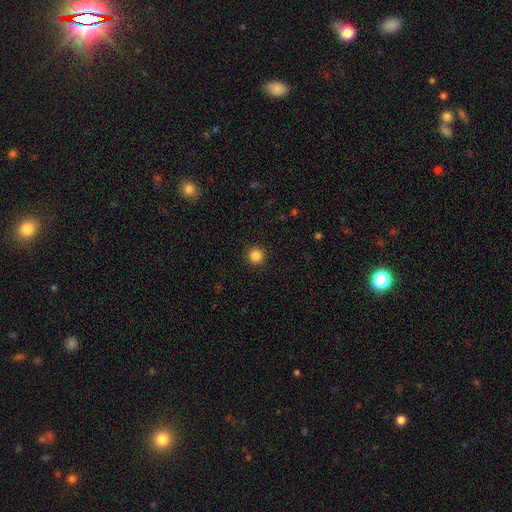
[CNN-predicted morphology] Smooth or featured?
  - smooth: 86% *
  - star or artifact: 11%
  - featured or disk: 3%
How rounded?
  - round: 96% *
  - in between: 3%
  - cigar-shaped: 1%
Merging?
  - none: 93% *
  - minor disturbance: 4%
  - major disturbance: 2%
  - merger: 1%